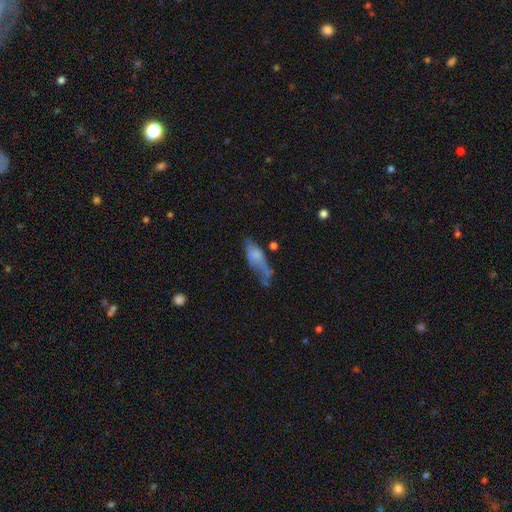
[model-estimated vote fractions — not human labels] Smooth or featured: smooth — 62% (featured or disk — 30%)
How rounded: in between — 67% (cigar-shaped — 30%)
Merging: major disturbance — 30% (none — 29%)